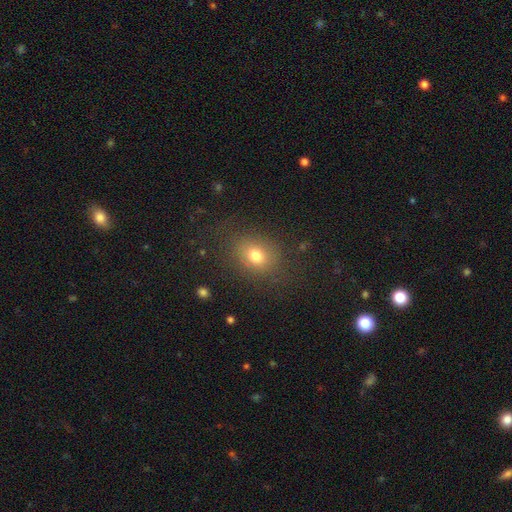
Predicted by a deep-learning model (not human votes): Smooth or featured: smooth — 75% (star or artifact — 14%)
How rounded: in between — 52% (round — 47%)
Merging: none — 78% (minor disturbance — 13%)